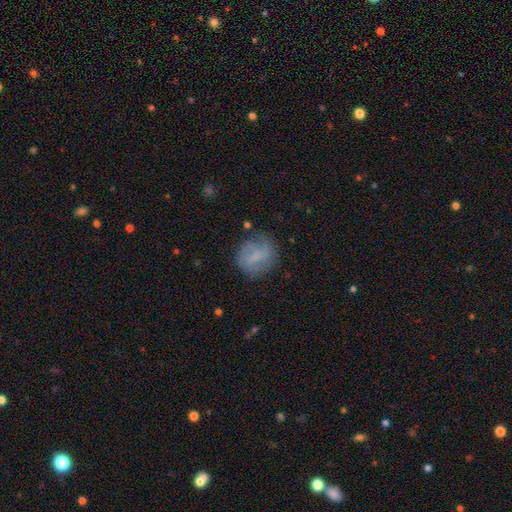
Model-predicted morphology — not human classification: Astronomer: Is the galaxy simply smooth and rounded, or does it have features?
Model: smooth — 58%.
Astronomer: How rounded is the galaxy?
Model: round — 71%.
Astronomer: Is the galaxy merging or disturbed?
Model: none — 60%.